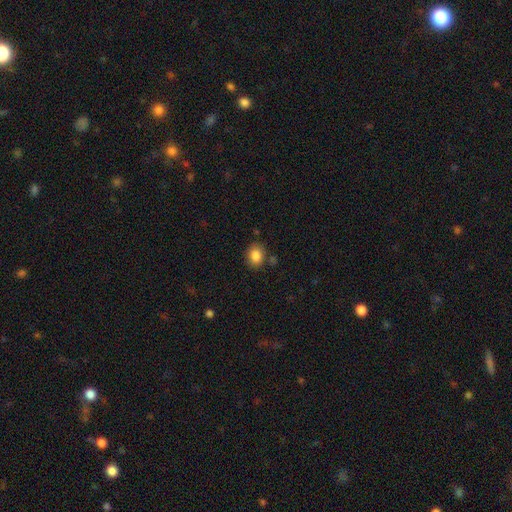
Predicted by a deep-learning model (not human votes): Smooth or featured?
  - smooth: 86% *
  - star or artifact: 9%
  - featured or disk: 6%
How rounded?
  - in between: 55% *
  - round: 44%
  - cigar-shaped: 1%
Merging?
  - none: 80% *
  - minor disturbance: 12%
  - merger: 4%
  - major disturbance: 3%